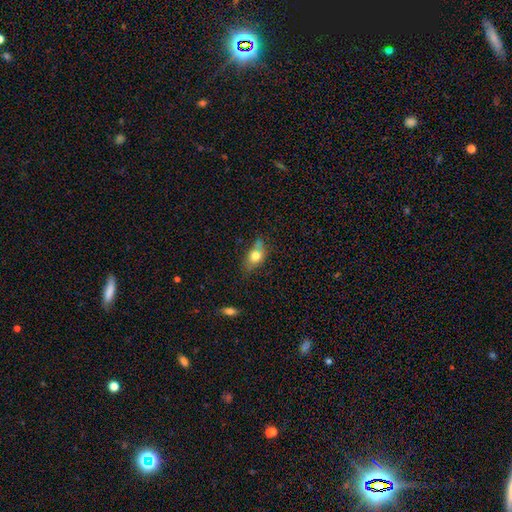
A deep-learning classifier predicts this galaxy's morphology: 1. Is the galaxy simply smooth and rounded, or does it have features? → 72% smooth, 20% featured or disk, 8% star or artifact.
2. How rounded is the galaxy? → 78% in between, 14% round, 8% cigar-shaped.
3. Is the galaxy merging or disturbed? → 58% none, 30% minor disturbance, 7% major disturbance, 5% merger.